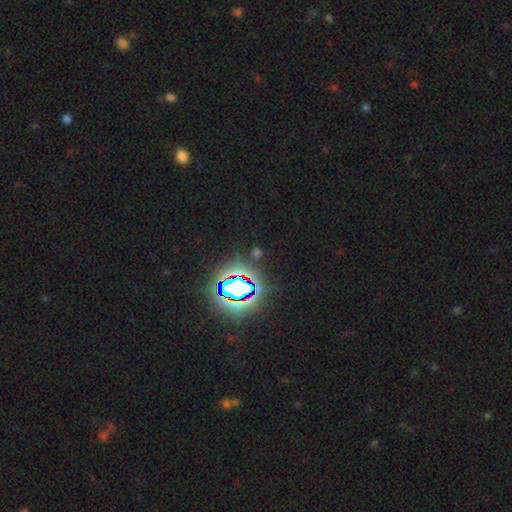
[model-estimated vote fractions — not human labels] The model was most divided on "smooth or featured": star or artifact: 74%, smooth: 17%, featured or disk: 9%.